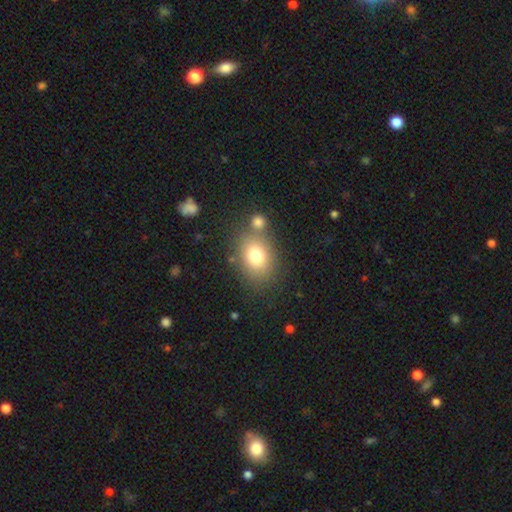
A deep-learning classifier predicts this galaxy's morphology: The model was most divided on "how rounded": in between: 63%, round: 36%, cigar-shaped: 1%. More confident: smooth or featured — smooth (77%); merging — none (67%).